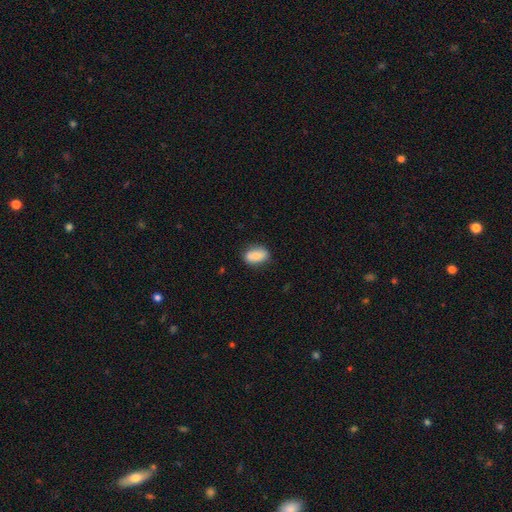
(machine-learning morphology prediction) smooth 74%, featured or disk 19%, star or artifact 7%. Down the decision tree: how rounded — in between (85%); merging — none (81%).